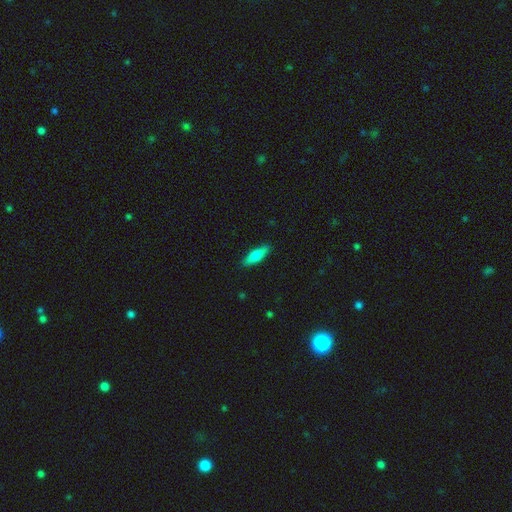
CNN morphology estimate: Q: Smooth or featured?
A: smooth (67%); runner-up: featured or disk (27%)
Q: How rounded?
A: cigar-shaped (54%); runner-up: in between (44%)
Q: Merging?
A: none (89%); runner-up: minor disturbance (8%)